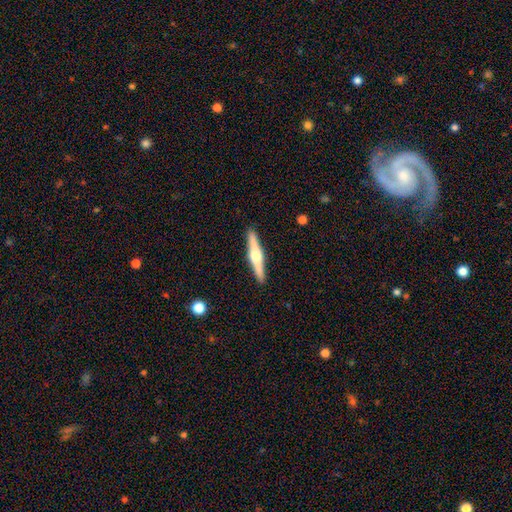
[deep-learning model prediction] Q: Smooth or featured?
A: featured or disk (66%); runner-up: smooth (29%)
Q: Edge-on disk?
A: yes (98%); runner-up: no (2%)
Q: Edge-on bulge?
A: rounded (91%); runner-up: boxy (6%)
Q: Merging?
A: none (92%); runner-up: minor disturbance (6%)